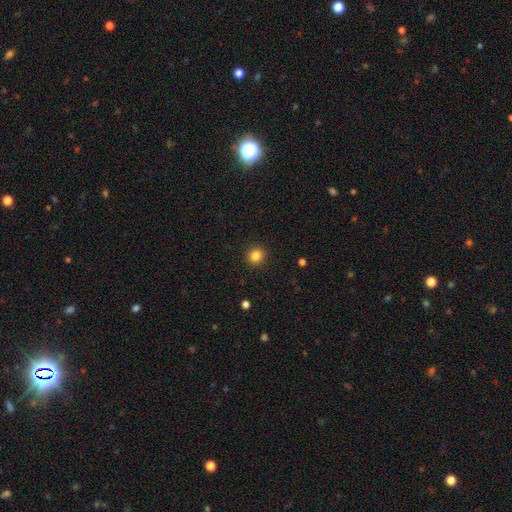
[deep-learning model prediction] Smooth or featured? Predicted: smooth (p=0.84). How rounded? Predicted: round (p=0.90). Merging? Predicted: none (p=0.92).